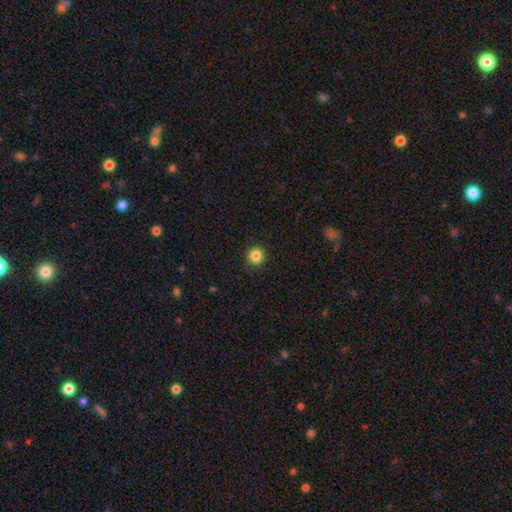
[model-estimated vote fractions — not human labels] smooth-or-featured: smooth: 85% | star or artifact: 11% | featured or disk: 4%
  how-rounded: round: 94% | in between: 5% | cigar-shaped: 1%
  merging: none: 92% | minor disturbance: 5% | major disturbance: 2% | merger: 1%